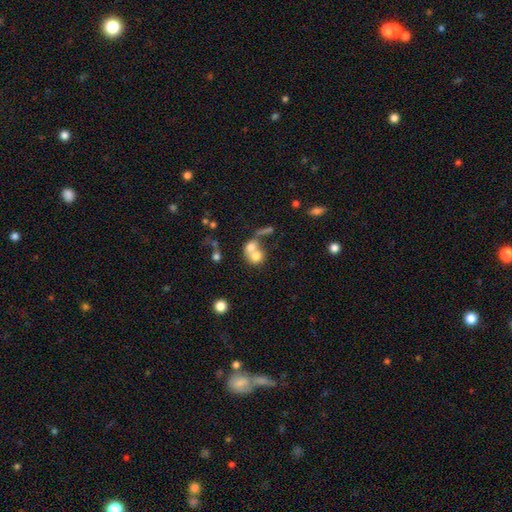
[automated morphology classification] This appears to be a smooth galaxy with no disk features (67%) that is round (67%). Merging: merger (66%).